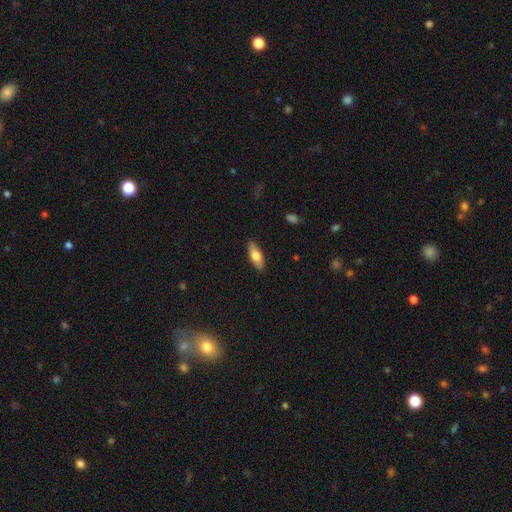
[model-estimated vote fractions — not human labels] Q: Smooth or featured?
A: smooth (74%); runner-up: featured or disk (21%)
Q: How rounded?
A: in between (72%); runner-up: cigar-shaped (26%)
Q: Merging?
A: none (88%); runner-up: minor disturbance (9%)